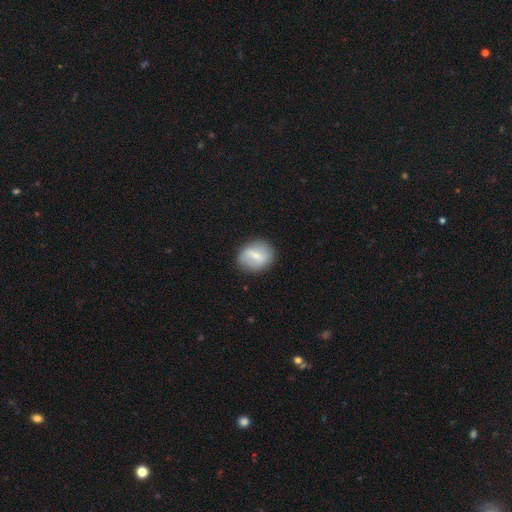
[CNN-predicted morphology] Q: Smooth or featured?
A: smooth (54%); runner-up: featured or disk (38%)
Q: How rounded?
A: round (55%); runner-up: in between (42%)
Q: Merging?
A: none (80%); runner-up: minor disturbance (14%)